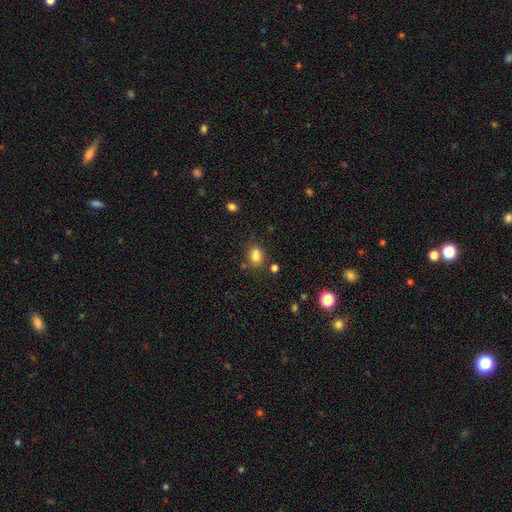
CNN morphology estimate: smooth 81%, star or artifact 12%, featured or disk 7%. Down the decision tree: how rounded — in between (59%); merging — none (71%).